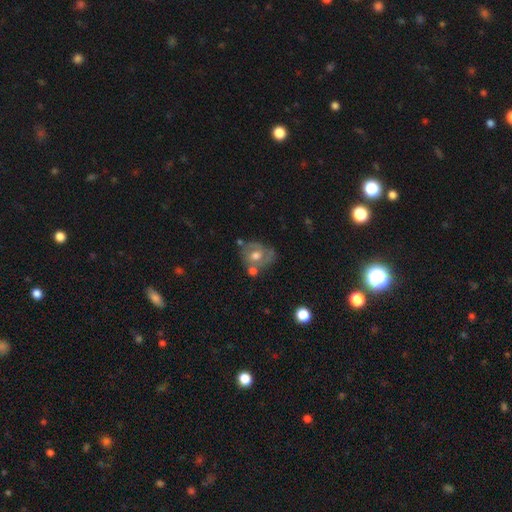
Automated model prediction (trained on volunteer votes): Smooth or featured: featured or disk — 51% (smooth — 40%)
Edge-on disk: no — 96% (yes — 4%)
Merging: none — 46% (minor disturbance — 23%)